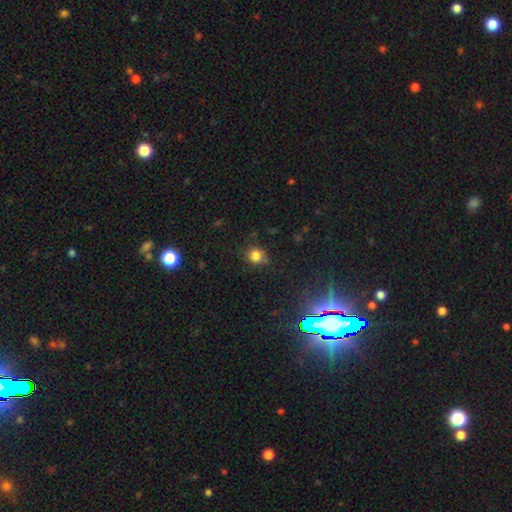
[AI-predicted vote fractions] Smooth or featured?
  - smooth: 78% *
  - star or artifact: 15%
  - featured or disk: 6%
How rounded?
  - round: 83% *
  - in between: 16%
  - cigar-shaped: 1%
Merging?
  - none: 72% *
  - minor disturbance: 19%
  - major disturbance: 6%
  - merger: 3%